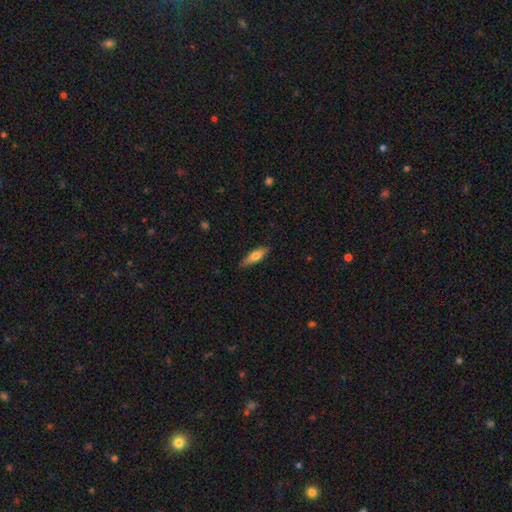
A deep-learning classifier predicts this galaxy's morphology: Smooth or featured? Predicted: smooth (p=0.67). How rounded? Predicted: cigar-shaped (p=0.54). Merging? Predicted: none (p=0.85).